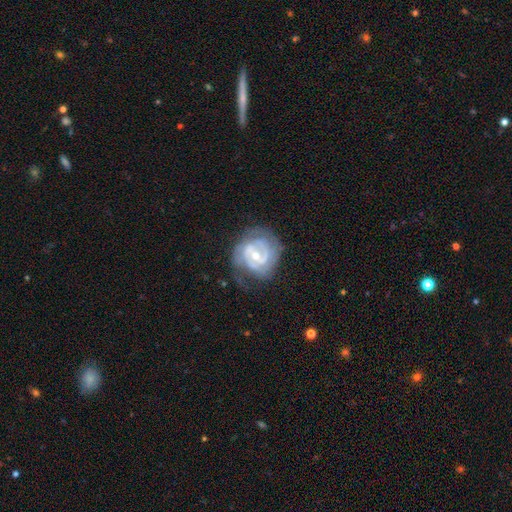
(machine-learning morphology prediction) The model was most divided on "bulge size": moderate: 49%, small: 48%, large: 2%, none: 1%, dominant: 1%. Remaining: edge-on disk — no (98%); spiral arms — yes (90%); smooth or featured — featured or disk (84%); merging — none (61%); spiral winding — tight (57%); spiral arm count — 2 (48%); bar — no (47%).